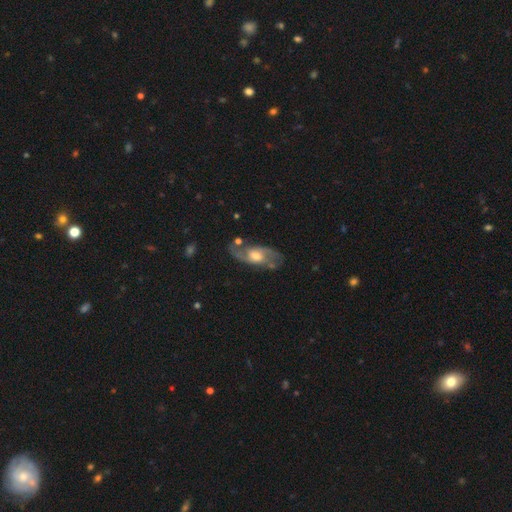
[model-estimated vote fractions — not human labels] featured or disk 78%, smooth 16%, star or artifact 6%. Down the decision tree: edge-on disk — no (91%); bar — no (53%); spiral arms — yes (89%); spiral arm count — 2 (86%); spiral winding — medium (49%); bulge size — moderate (59%); merging — none (70%).